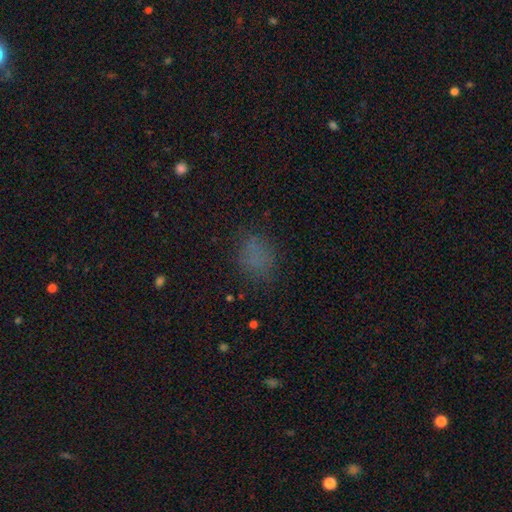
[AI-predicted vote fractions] This appears to be a smooth galaxy with no disk features (72%) that is in between round and cigar-shaped (49%, tied with round). Merging: none (75%).